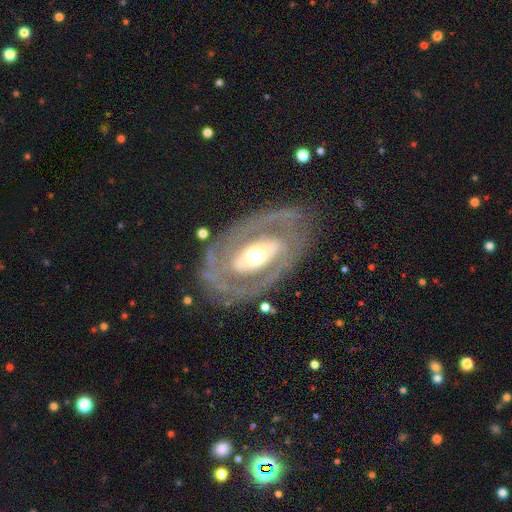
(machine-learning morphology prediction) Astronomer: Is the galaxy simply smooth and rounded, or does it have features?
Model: featured or disk — 84%.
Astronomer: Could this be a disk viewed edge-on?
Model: no — 95%.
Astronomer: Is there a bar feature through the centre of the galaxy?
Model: no — 40% (runner-up: strong, 32%).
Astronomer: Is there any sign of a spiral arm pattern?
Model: yes — 74%.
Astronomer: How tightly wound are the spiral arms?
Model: tight — 49% (runner-up: medium, 36%).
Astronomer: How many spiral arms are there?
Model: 2 — 75%.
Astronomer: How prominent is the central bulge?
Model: moderate — 60%.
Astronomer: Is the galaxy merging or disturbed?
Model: none — 74%.